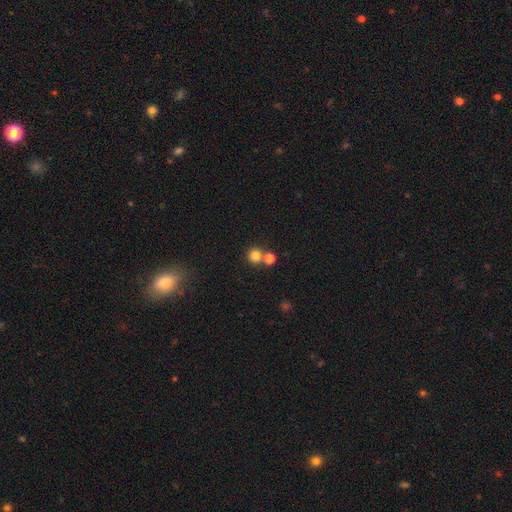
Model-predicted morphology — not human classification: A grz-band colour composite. It shows a smooth galaxy with no disk features (80%) that is round (92%). Merging: none (63%).